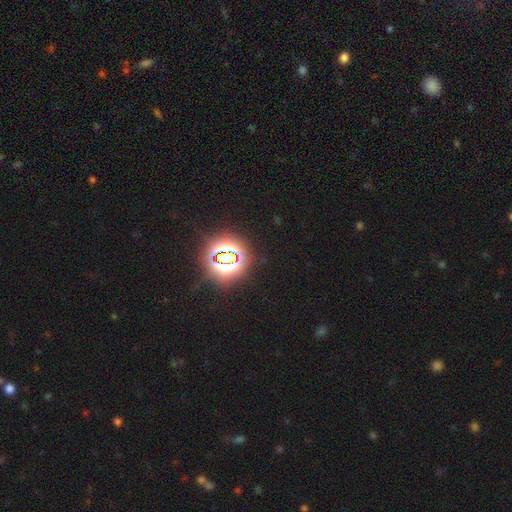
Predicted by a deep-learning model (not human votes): This is clearly a star or artifact rather than a galaxy (81%).